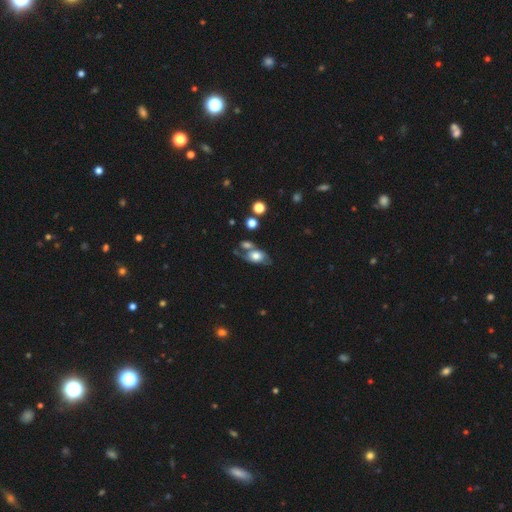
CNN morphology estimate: This appears to be a smooth galaxy with no disk features (52%) that is in between round and cigar-shaped (77%). Merging: none (35%).